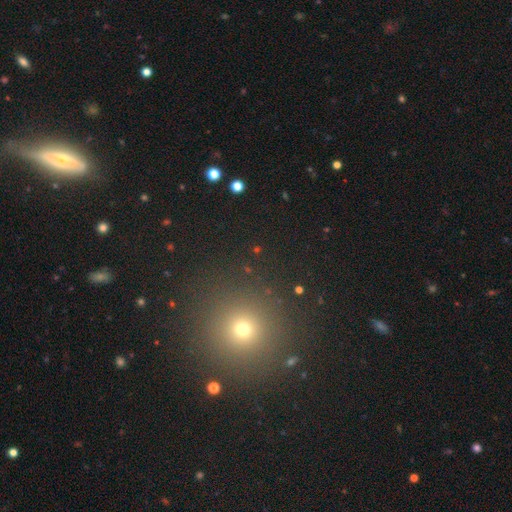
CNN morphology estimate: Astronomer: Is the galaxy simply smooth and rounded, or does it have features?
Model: smooth — 50% (runner-up: star or artifact, 43%).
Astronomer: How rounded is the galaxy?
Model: round — 94%.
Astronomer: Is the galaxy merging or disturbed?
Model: none — 91%.